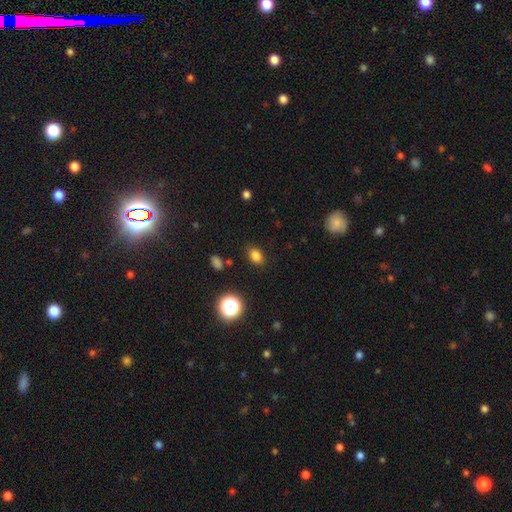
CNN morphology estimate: Smooth or featured: smooth — 80% (star or artifact — 15%)
How rounded: in between — 70% (round — 29%)
Merging: none — 85% (minor disturbance — 10%)